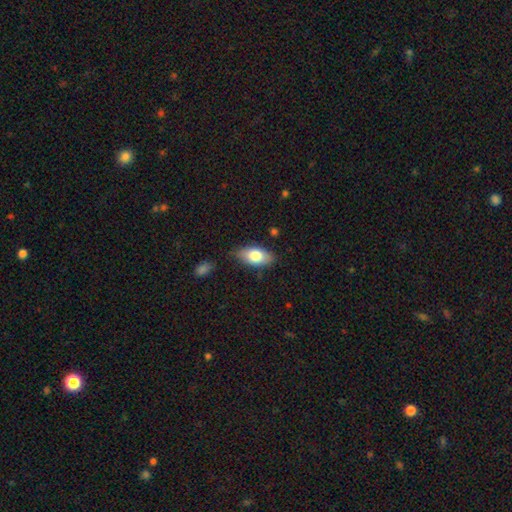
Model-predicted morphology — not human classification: A smooth galaxy with no disk features (77%) that is in between round and cigar-shaped (91%). Merging: none (78%).